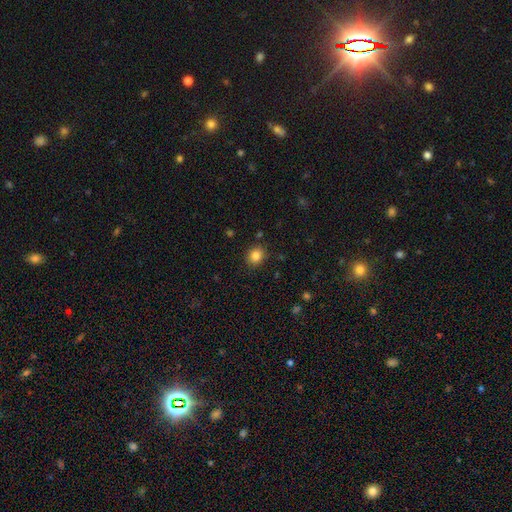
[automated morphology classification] The model was most divided on "how rounded": round: 76%, in between: 23%, cigar-shaped: 1%. More confident: merging — none (88%); smooth or featured — smooth (83%).